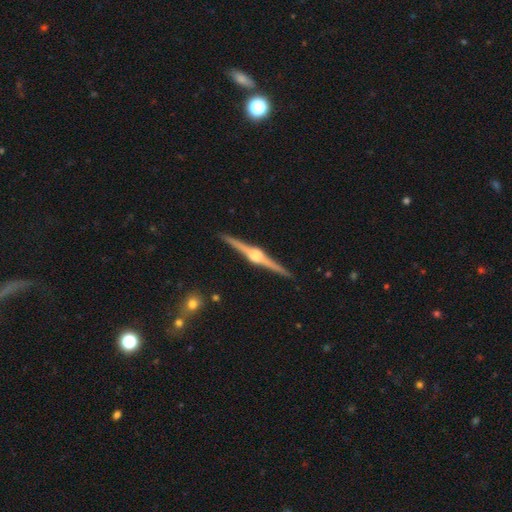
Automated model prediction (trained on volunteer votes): Smooth or featured?
  - featured or disk: 89% *
  - smooth: 6%
  - star or artifact: 5%
Edge-on disk?
  - yes: 99% *
  - no: 1%
Edge-on bulge?
  - rounded: 92% *
  - boxy: 6%
  - none: 2%
Merging?
  - none: 92% *
  - minor disturbance: 6%
  - major disturbance: 1%
  - merger: 1%